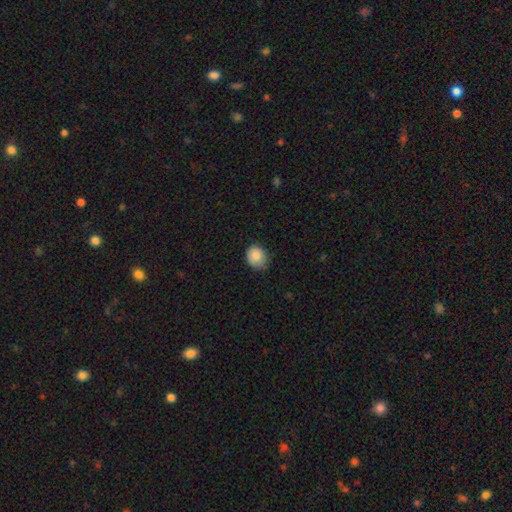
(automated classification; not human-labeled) A smooth galaxy with no disk features (86%) that is round (61%).

Vote fractions:
- Smooth or featured? smooth: 86% / star or artifact: 8% / featured or disk: 6%
- How rounded? round: 61% / in between: 38% / cigar-shaped: 1%
- Merging? none: 68% / minor disturbance: 27% / major disturbance: 4% / merger: 1%